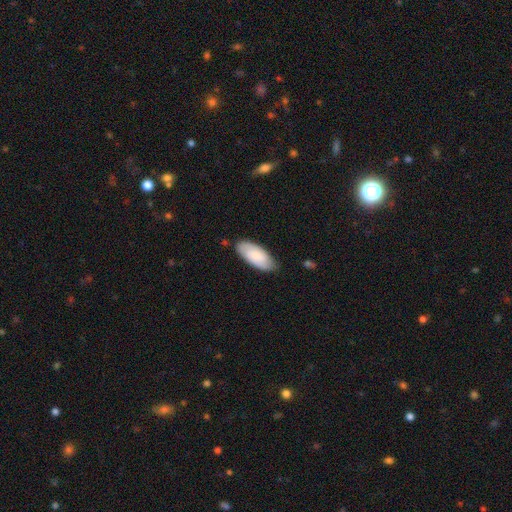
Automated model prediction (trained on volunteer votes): smooth-or-featured: smooth: 70% | featured or disk: 24% | star or artifact: 6%
  how-rounded: in between: 87% | cigar-shaped: 11% | round: 2%
  merging: none: 80% | minor disturbance: 15% | major disturbance: 3% | merger: 2%